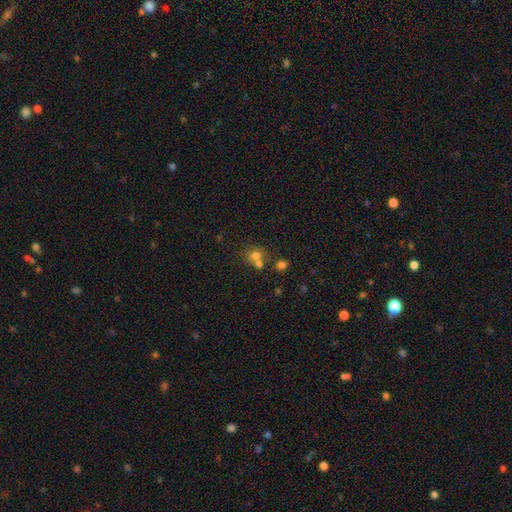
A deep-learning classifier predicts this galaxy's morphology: smooth-or-featured: smooth: 69% | star or artifact: 17% | featured or disk: 14%
  how-rounded: round: 73% | in between: 26% | cigar-shaped: 1%
  merging: merger: 44% (tied) | none: 44% (tied) | minor disturbance: 9% | major disturbance: 4%